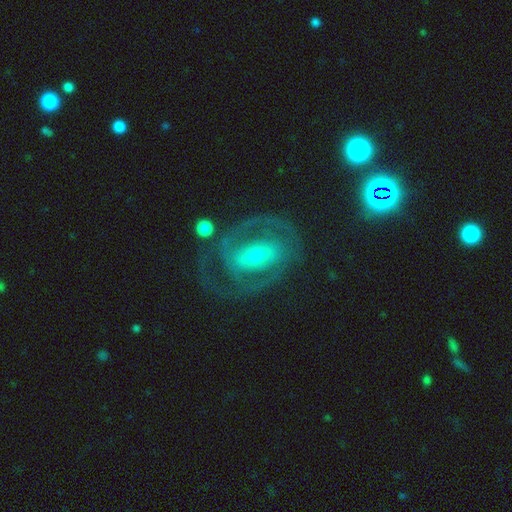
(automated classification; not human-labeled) featured or disk 85%, smooth 10%, star or artifact 5%. Down the decision tree: edge-on disk — no (96%); bar — strong (42%); spiral arms — yes (82%); spiral arm count — 2 (73%); spiral winding — tight (43%, tied with medium); bulge size — moderate (50%); merging — none (63%).